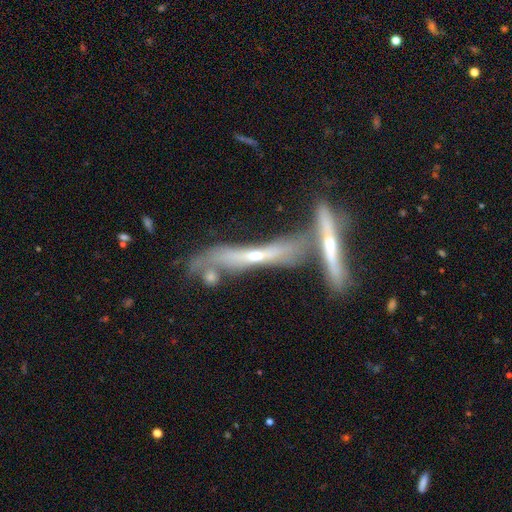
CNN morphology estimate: Smooth or featured?
  - featured or disk: 73% *
  - smooth: 19%
  - star or artifact: 9%
Edge-on disk?
  - yes: 82% *
  - no: 18%
Edge-on bulge?
  - rounded: 65% *
  - none: 31%
  - boxy: 4%
Merging?
  - none: 48% *
  - merger: 32%
  - minor disturbance: 14%
  - major disturbance: 5%